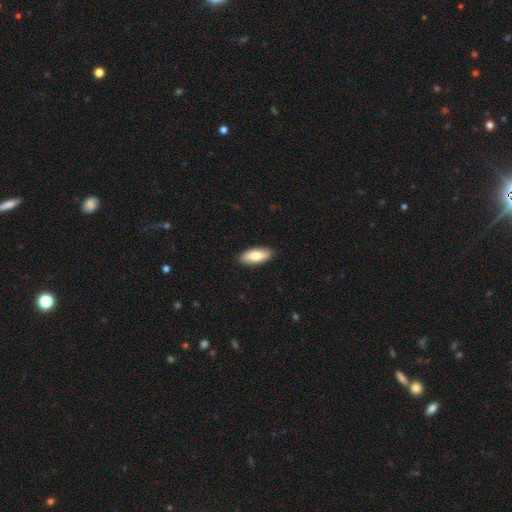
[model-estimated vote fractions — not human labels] Smooth or featured? Predicted: smooth (p=0.78). How rounded? Predicted: in between (p=0.81). Merging? Predicted: none (p=0.89).